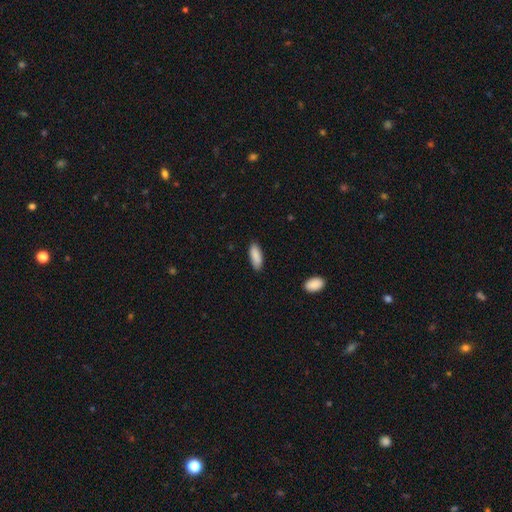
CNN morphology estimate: type=smooth (89%); roundness=in between (71%); merging=none (86%).